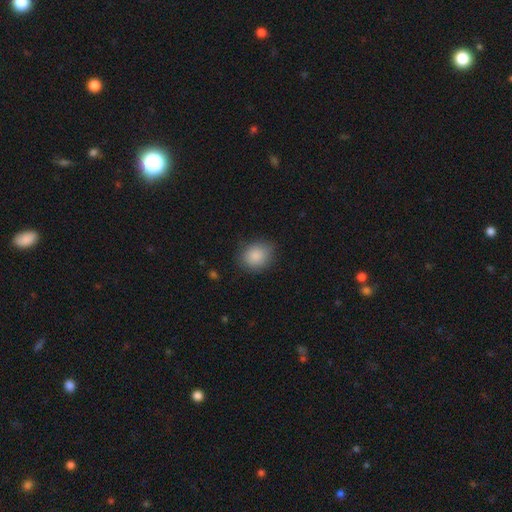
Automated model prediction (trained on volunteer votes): This is clearly a smooth galaxy (88%). How rounded: likely round (60%). Merging: clearly none (80%).